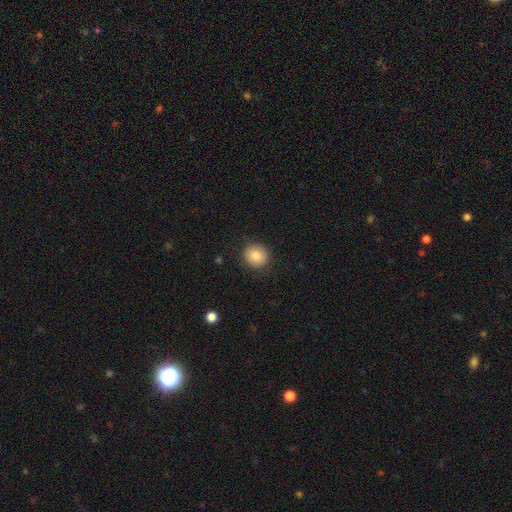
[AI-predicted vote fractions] Smooth or featured: smooth — 84% (star or artifact — 9%)
How rounded: round — 84% (in between — 15%)
Merging: none — 87% (minor disturbance — 9%)